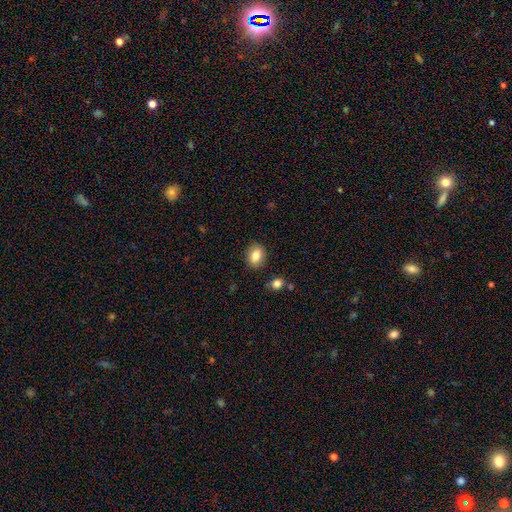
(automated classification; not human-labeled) A smooth galaxy with no disk features (83%) that is in between round and cigar-shaped (66%).

Vote fractions:
- Smooth or featured? smooth: 83% / featured or disk: 9% / star or artifact: 9%
- How rounded? in between: 66% / round: 32% / cigar-shaped: 1%
- Merging? none: 86% / minor disturbance: 10% / major disturbance: 3% / merger: 2%